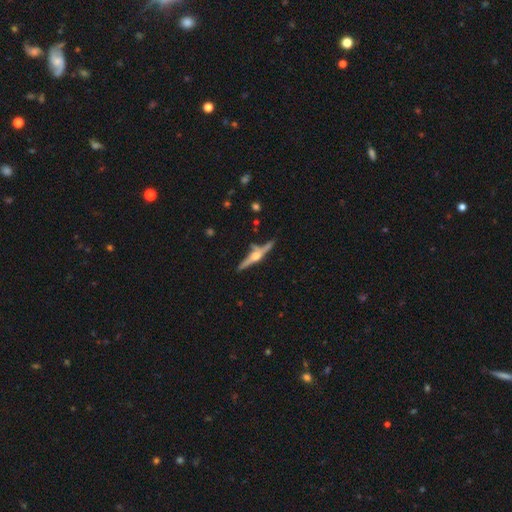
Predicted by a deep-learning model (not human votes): smooth_or_featured: featured or disk (p=0.79) [alt: smooth p=0.15]
disk_edge_on: yes (p=0.97) [alt: no p=0.03]
edge_on_bulge: rounded (p=0.93) [alt: boxy p=0.04]
merging: none (p=0.74) [alt: minor disturbance p=0.14]